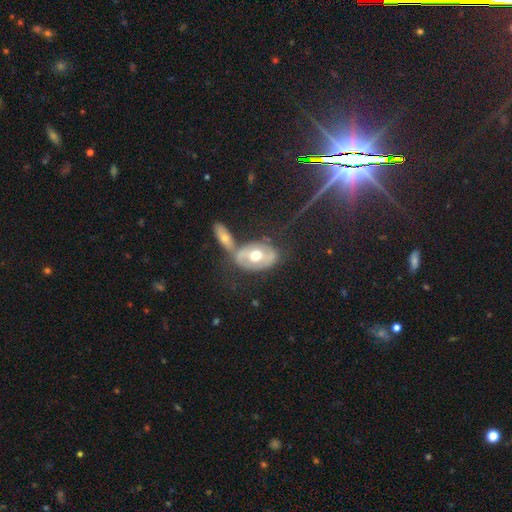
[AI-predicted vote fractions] smooth-or-featured: featured or disk: 54% | smooth: 40% | star or artifact: 7%
  disk-edge-on: no: 87% | yes: 13%
  merging: none: 45% | merger: 33% | minor disturbance: 14% | major disturbance: 8%